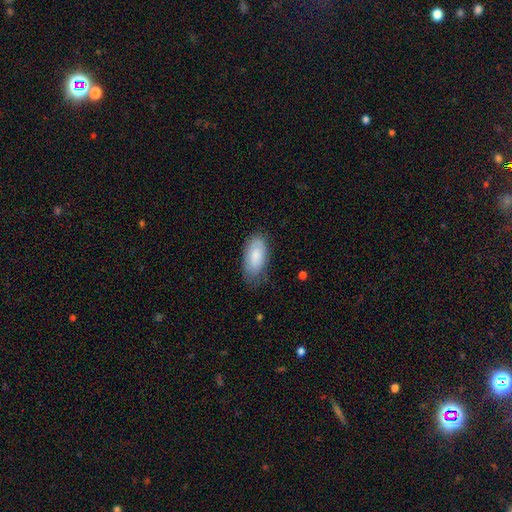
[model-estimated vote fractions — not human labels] A smooth galaxy with no disk features (78%) that is in between round and cigar-shaped (93%). Merging: none (65%).